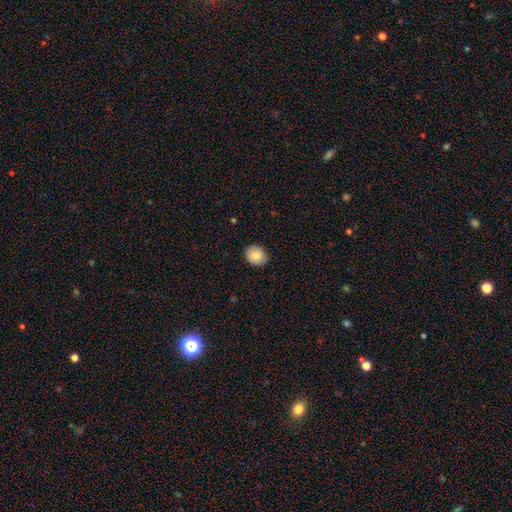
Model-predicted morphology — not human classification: smooth 81%, featured or disk 11%, star or artifact 8%. Down the decision tree: how rounded — round (66%); merging — none (84%).